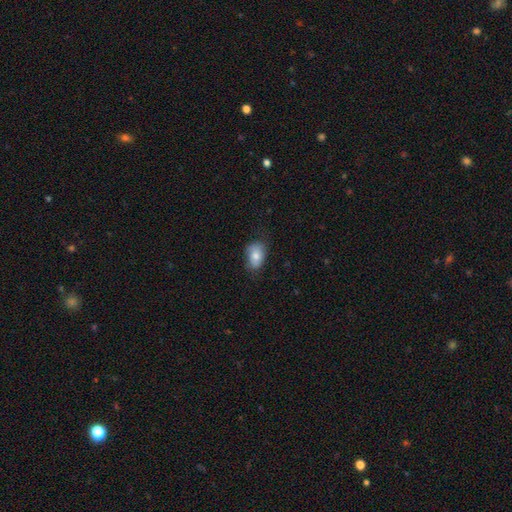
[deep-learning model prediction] Overall: smooth (79%). How rounded: in between (84%). Merging: none (66%).